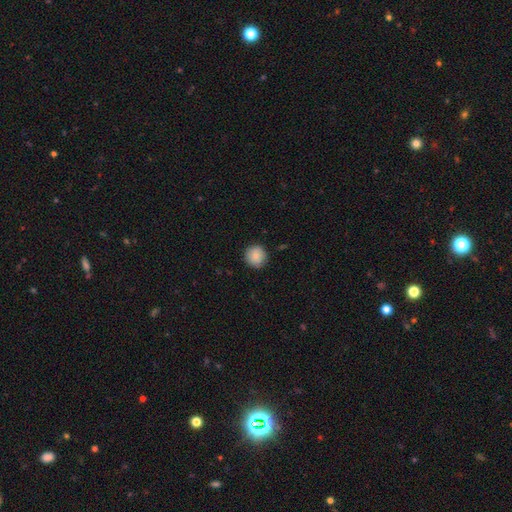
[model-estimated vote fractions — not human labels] Q: Smooth or featured?
A: smooth (83%); runner-up: featured or disk (9%)
Q: How rounded?
A: round (94%); runner-up: in between (5%)
Q: Merging?
A: none (88%); runner-up: minor disturbance (9%)